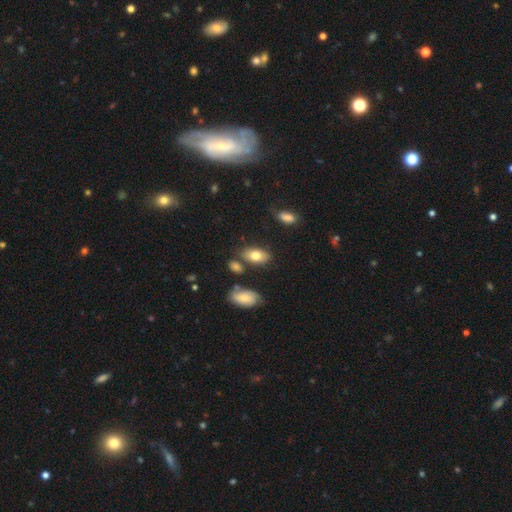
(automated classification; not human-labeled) Smooth or featured?
  - smooth: 77% *
  - featured or disk: 15%
  - star or artifact: 8%
How rounded?
  - in between: 91% *
  - round: 5%
  - cigar-shaped: 4%
Merging?
  - none: 73% *
  - minor disturbance: 15%
  - merger: 8%
  - major disturbance: 4%